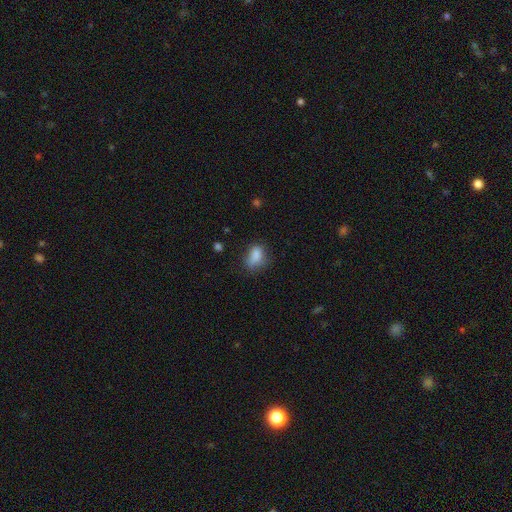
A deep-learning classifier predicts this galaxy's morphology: Smooth or featured? Predicted: smooth (p=0.81). How rounded? Predicted: in between (p=0.80). Merging? Predicted: none (p=0.50).